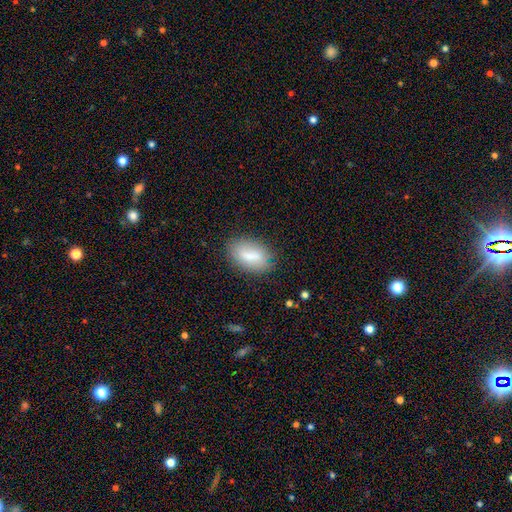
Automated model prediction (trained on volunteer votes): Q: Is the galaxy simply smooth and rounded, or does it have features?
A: smooth — 73%.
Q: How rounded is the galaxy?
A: in between — 89%.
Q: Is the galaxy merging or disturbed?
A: none — 77%.